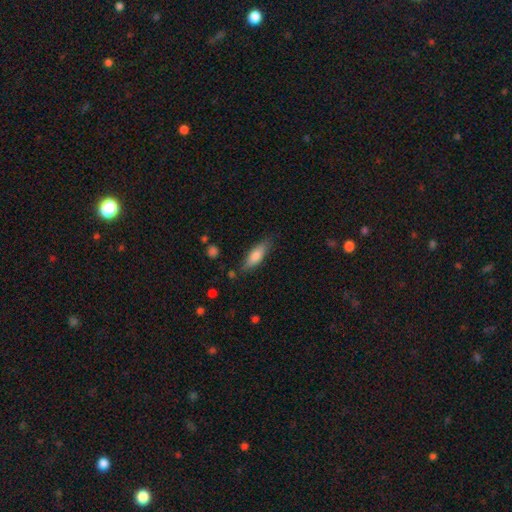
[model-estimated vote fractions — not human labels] Smooth or featured: smooth — 77% (featured or disk — 17%)
How rounded: in between — 56% (cigar-shaped — 42%)
Merging: none — 79% (minor disturbance — 15%)